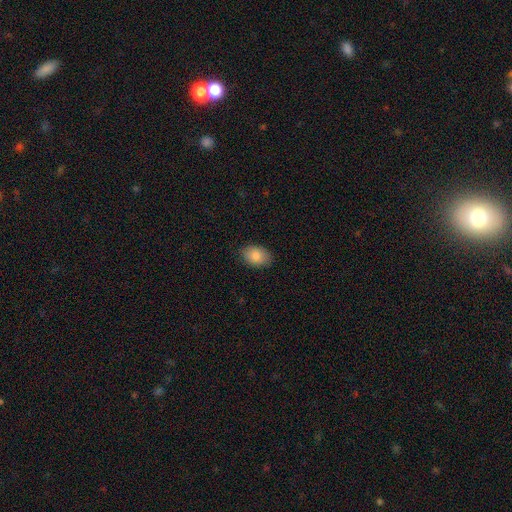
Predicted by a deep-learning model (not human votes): Smooth or featured? Predicted: smooth (p=0.85). How rounded? Predicted: in between (p=0.84). Merging? Predicted: none (p=0.87).